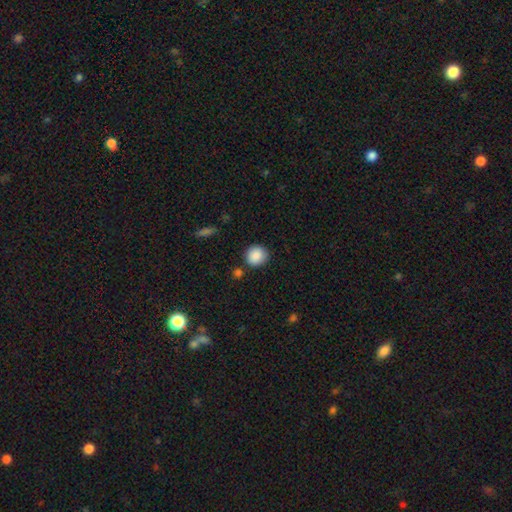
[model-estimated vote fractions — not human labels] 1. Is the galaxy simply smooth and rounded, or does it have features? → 89% smooth, 8% star or artifact, 3% featured or disk.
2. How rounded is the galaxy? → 88% round, 11% in between, 1% cigar-shaped.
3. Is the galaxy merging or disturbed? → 83% none, 10% minor disturbance, 5% merger, 3% major disturbance.